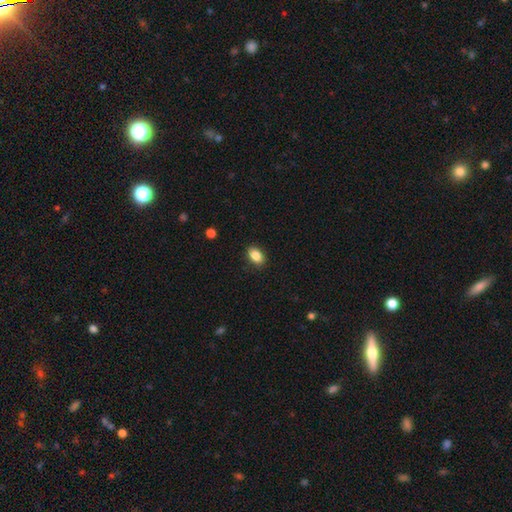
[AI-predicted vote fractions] smooth-or-featured: smooth: 87% | star or artifact: 8% | featured or disk: 5%
  how-rounded: in between: 86% | round: 12% | cigar-shaped: 2%
  merging: none: 88% | minor disturbance: 9% | major disturbance: 2% | merger: 1%